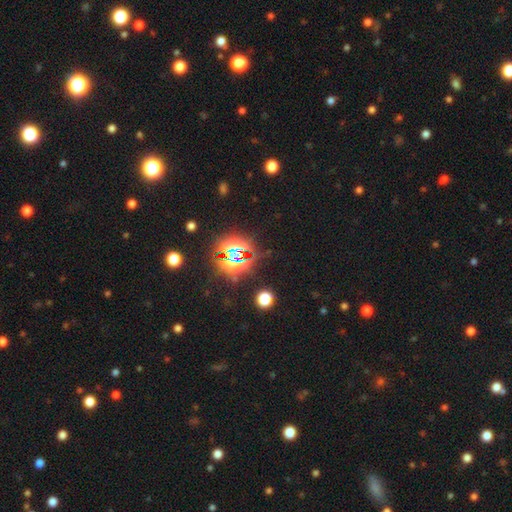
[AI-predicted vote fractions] This is clearly a star or artifact rather than a galaxy (82%).